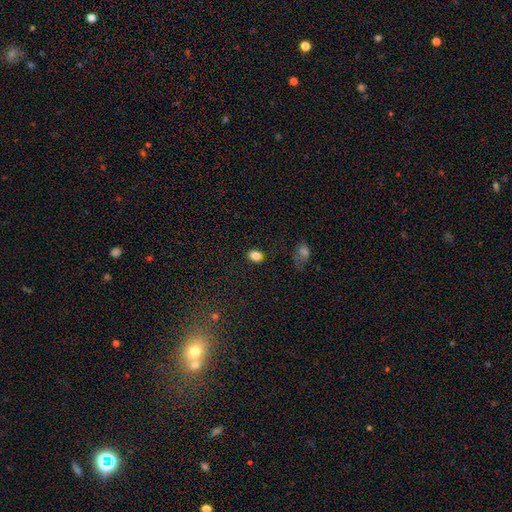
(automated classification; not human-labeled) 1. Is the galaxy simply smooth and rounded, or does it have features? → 84% smooth, 11% star or artifact, 4% featured or disk.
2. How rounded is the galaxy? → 61% in between, 38% round, 1% cigar-shaped.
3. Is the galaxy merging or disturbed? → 83% none, 11% minor disturbance, 3% major disturbance, 3% merger.